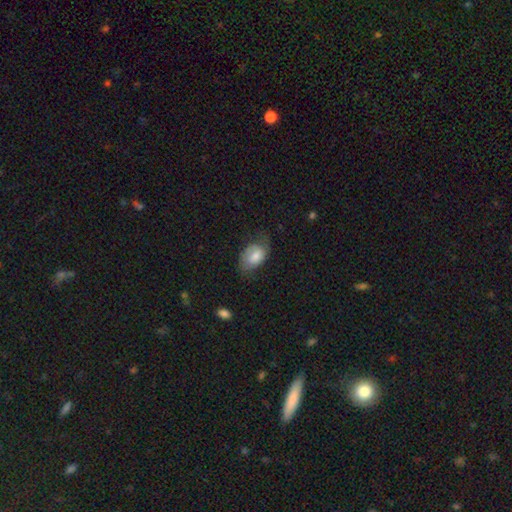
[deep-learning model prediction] The model was most divided on "smooth or featured": smooth: 55%, featured or disk: 37%, star or artifact: 7%. More confident: how rounded — in between (86%); merging — none (50%).